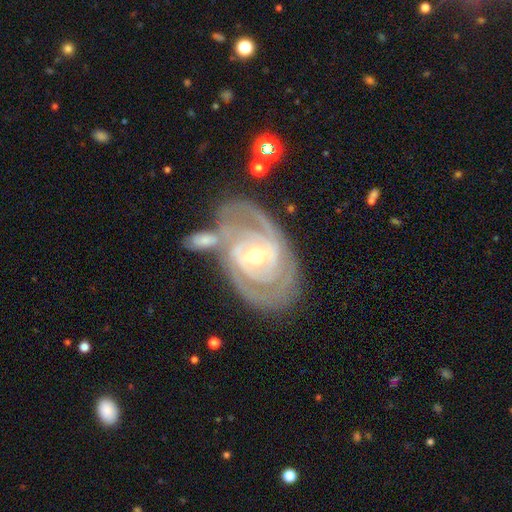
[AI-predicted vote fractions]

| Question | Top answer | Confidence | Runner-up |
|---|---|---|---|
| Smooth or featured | featured or disk | 90% | smooth (5%) |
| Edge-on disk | no | 96% | yes (4%) |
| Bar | weak | 44% | no (30%) |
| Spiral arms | yes | 97% | no (3%) |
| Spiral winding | tight | 72% | medium (24%) |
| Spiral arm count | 2 | 48% | 3 (20%) |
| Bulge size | moderate | 51% | small (45%) |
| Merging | none | 53% | merger (22%) |